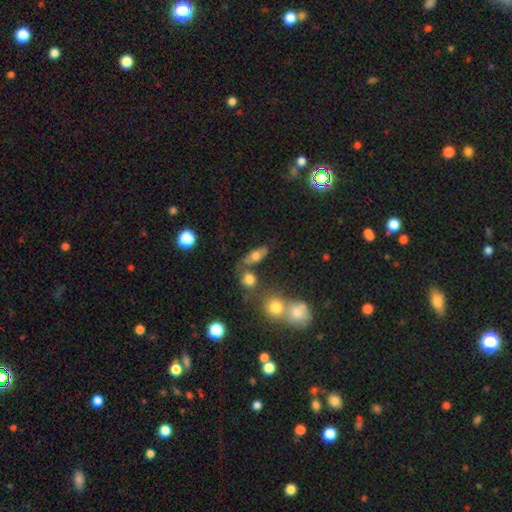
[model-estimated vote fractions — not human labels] smooth 63%, featured or disk 25%, star or artifact 12%. Down the decision tree: how rounded — in between (73%); merging — none (55%).